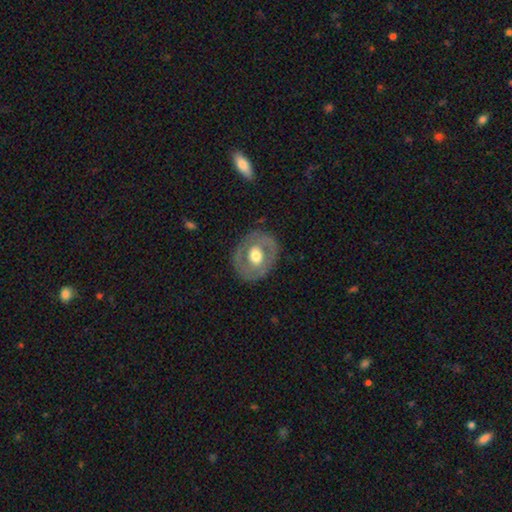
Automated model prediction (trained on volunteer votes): smooth-or-featured: featured or disk: 57% | smooth: 38% | star or artifact: 6%
  disk-edge-on: no: 95% | yes: 5%
    bar: no: 71% | weak: 22% | strong: 8%
    has-spiral-arms: no: 76% | yes: 24%
    bulge-size: moderate: 59% | large: 34% | small: 4% | dominant: 2% | none: 1%
  merging: none: 80% | minor disturbance: 13% | major disturbance: 6% | merger: 1%